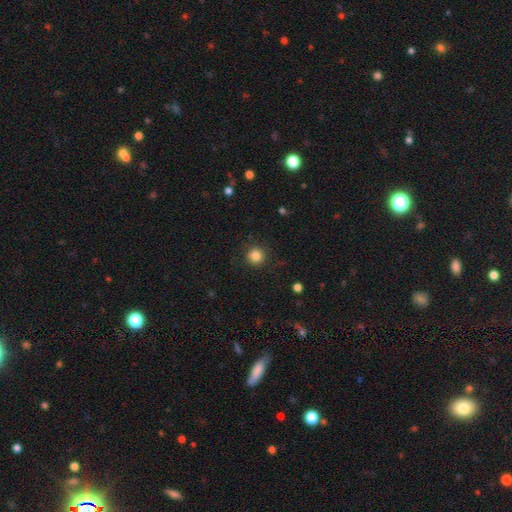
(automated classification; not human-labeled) A smooth galaxy with no disk features (83%) that is round (94%).

Vote fractions:
- Smooth or featured? smooth: 83% / star or artifact: 12% / featured or disk: 5%
- How rounded? round: 94% / in between: 5% / cigar-shaped: 1%
- Merging? none: 89% / minor disturbance: 7% / major disturbance: 3% / merger: 1%